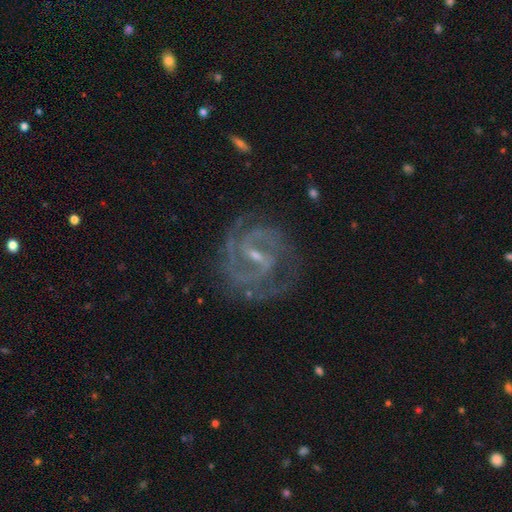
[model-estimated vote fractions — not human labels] Q: Smooth or featured?
A: featured or disk (91%); runner-up: star or artifact (5%)
Q: Edge-on disk?
A: no (97%); runner-up: yes (3%)
Q: Bar?
A: weak (46%); runner-up: strong (41%)
Q: Spiral arms?
A: yes (98%); runner-up: no (2%)
Q: Spiral winding?
A: tight (50%); runner-up: medium (44%)
Q: Spiral arm count?
A: 2 (65%); runner-up: 3 (16%)
Q: Bulge size?
A: small (70%); runner-up: moderate (25%)
Q: Merging?
A: none (73%); runner-up: minor disturbance (17%)